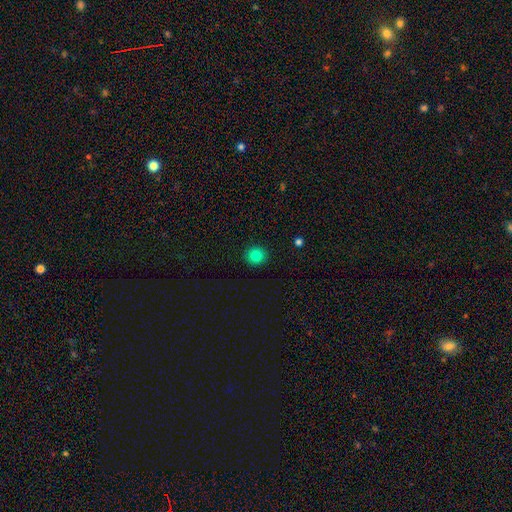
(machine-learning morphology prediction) Smooth or featured? Predicted: smooth (p=0.84). How rounded? Predicted: round (p=0.89). Merging? Predicted: none (p=0.92).